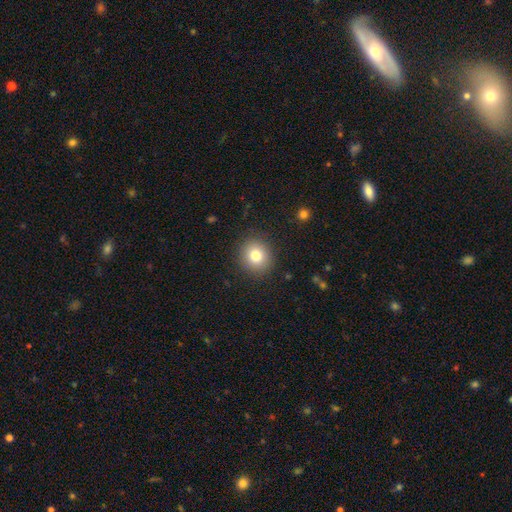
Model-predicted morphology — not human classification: Q: Smooth or featured?
A: smooth (80%); runner-up: star or artifact (11%)
Q: How rounded?
A: round (85%); runner-up: in between (14%)
Q: Merging?
A: none (89%); runner-up: minor disturbance (7%)